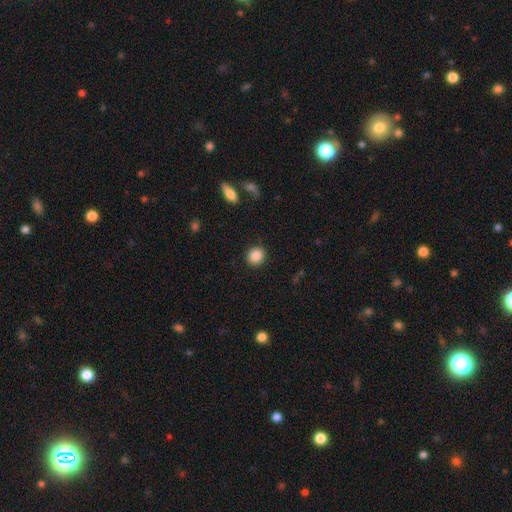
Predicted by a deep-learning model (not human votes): This appears to be a smooth galaxy with no disk features (88%) that is round (83%). Merging: none (90%).